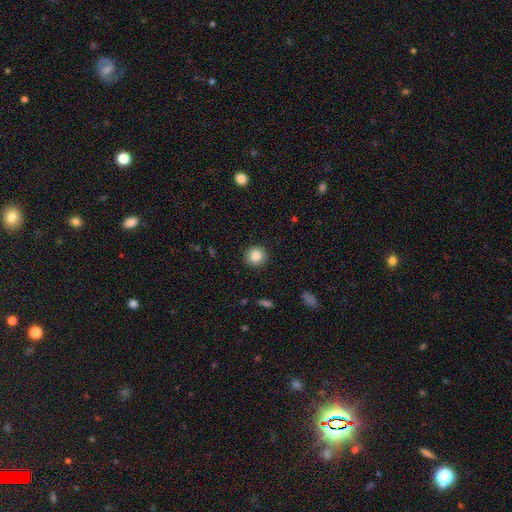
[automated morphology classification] Smooth or featured? Predicted: smooth (p=0.85). How rounded? Predicted: round (p=0.92). Merging? Predicted: none (p=0.92).